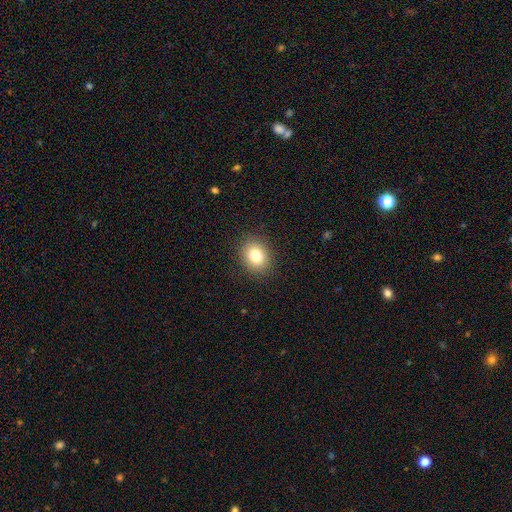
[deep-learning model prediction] A smooth galaxy with no disk features (80%) that is round (58%). Merging: none (89%).